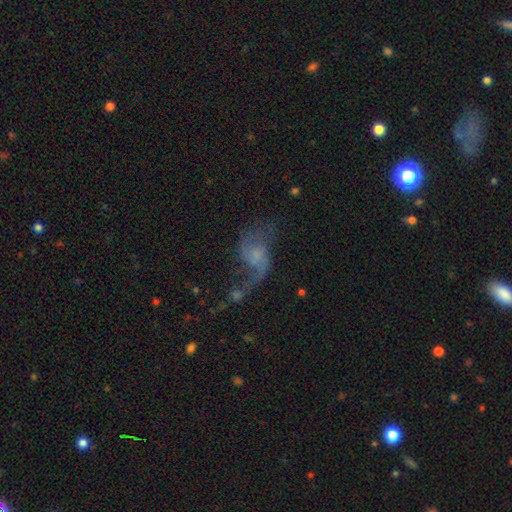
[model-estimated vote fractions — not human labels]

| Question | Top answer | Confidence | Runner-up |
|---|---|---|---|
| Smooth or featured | featured or disk | 70% | smooth (19%) |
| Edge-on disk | no | 97% | yes (3%) |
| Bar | no | 65% | weak (30%) |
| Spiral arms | yes | 86% | no (14%) |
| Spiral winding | loose | 81% | medium (16%) |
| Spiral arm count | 2 | 73% | 1 (20%) |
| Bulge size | none | 42% | small (32%) |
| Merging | major disturbance | 37% | none (35%) |